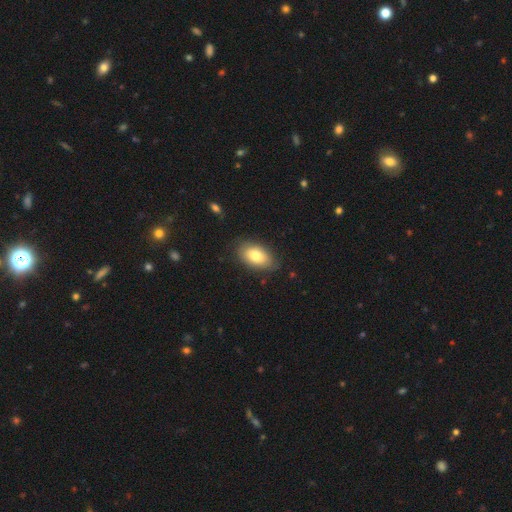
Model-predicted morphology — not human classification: Smooth or featured? Predicted: smooth (p=0.79). How rounded? Predicted: in between (p=0.91). Merging? Predicted: none (p=0.80).